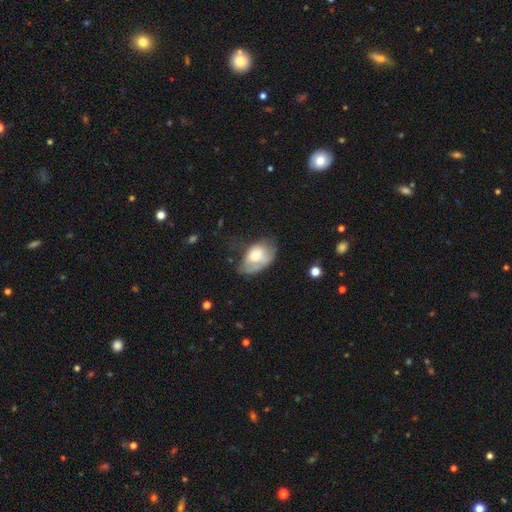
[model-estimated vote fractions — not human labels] Q: Smooth or featured?
A: smooth (56%); runner-up: featured or disk (37%)
Q: How rounded?
A: in between (86%); runner-up: round (12%)
Q: Merging?
A: none (40%); runner-up: minor disturbance (35%)